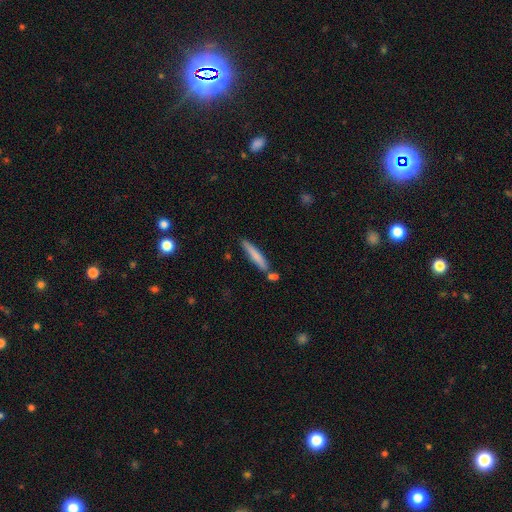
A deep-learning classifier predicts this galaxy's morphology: smooth 73%, featured or disk 21%, star or artifact 6%. Down the decision tree: how rounded — cigar-shaped (93%); merging — none (72%).